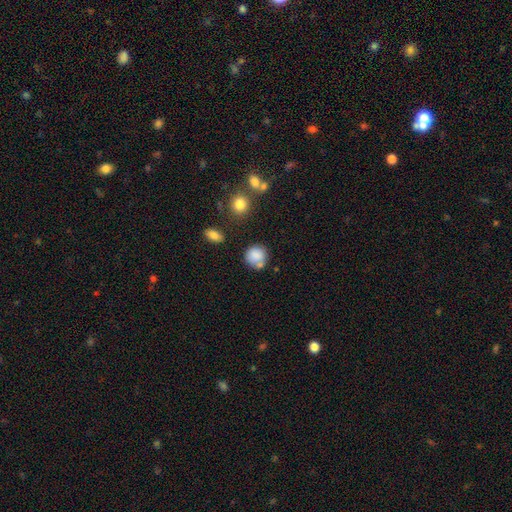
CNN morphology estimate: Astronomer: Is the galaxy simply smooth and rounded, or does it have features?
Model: smooth — 83%.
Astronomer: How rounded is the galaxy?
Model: round — 86%.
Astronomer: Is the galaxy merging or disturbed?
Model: none — 62%.